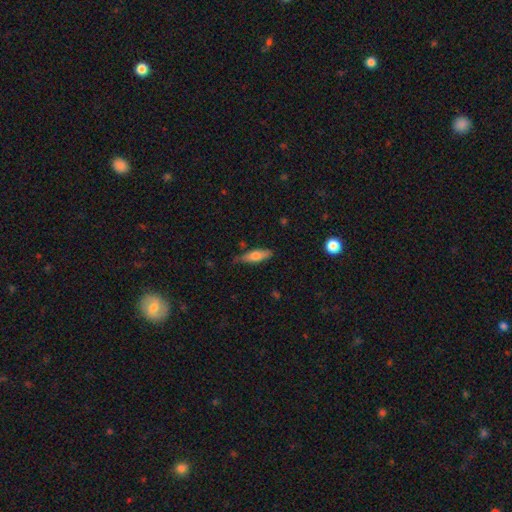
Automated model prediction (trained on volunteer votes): Smooth or featured: smooth — 69% (featured or disk — 24%)
How rounded: cigar-shaped — 52% (in between — 46%)
Merging: none — 70% (minor disturbance — 24%)